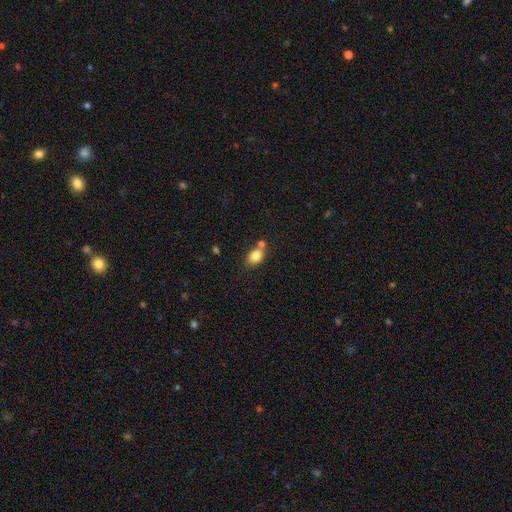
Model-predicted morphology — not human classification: Q: Smooth or featured?
A: smooth (82%); runner-up: star or artifact (9%)
Q: How rounded?
A: in between (67%); runner-up: round (31%)
Q: Merging?
A: none (56%); runner-up: merger (27%)